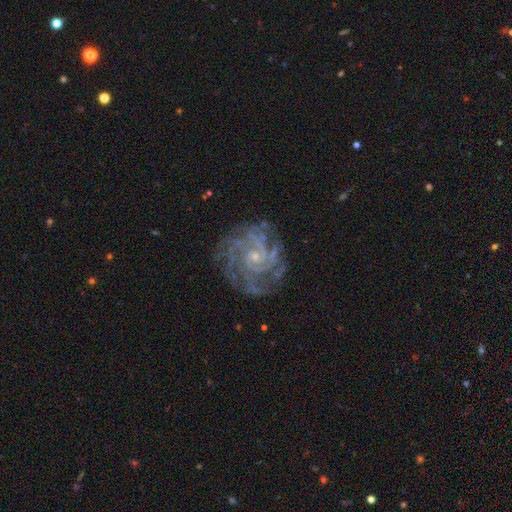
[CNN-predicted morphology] Smooth or featured: featured or disk — 87% (star or artifact — 8%)
Edge-on disk: no — 98% (yes — 2%)
Bar: no — 69% (weak — 25%)
Spiral arms: yes — 96% (no — 4%)
Spiral winding: tight — 66% (medium — 28%)
Spiral arm count: 4 — 27% (can't tell — 24%)
Bulge size: small — 77% (moderate — 17%)
Merging: none — 77% (minor disturbance — 15%)